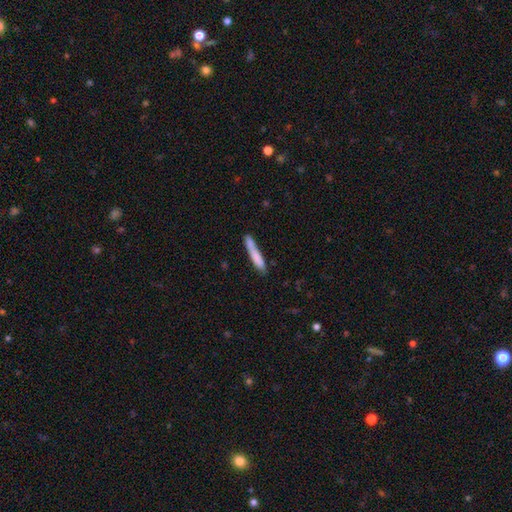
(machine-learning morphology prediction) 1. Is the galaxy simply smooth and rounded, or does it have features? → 76% smooth, 17% featured or disk, 6% star or artifact.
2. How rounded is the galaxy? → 93% cigar-shaped, 6% in between, 1% round.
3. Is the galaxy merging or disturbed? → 67% none, 20% minor disturbance, 8% merger, 5% major disturbance.